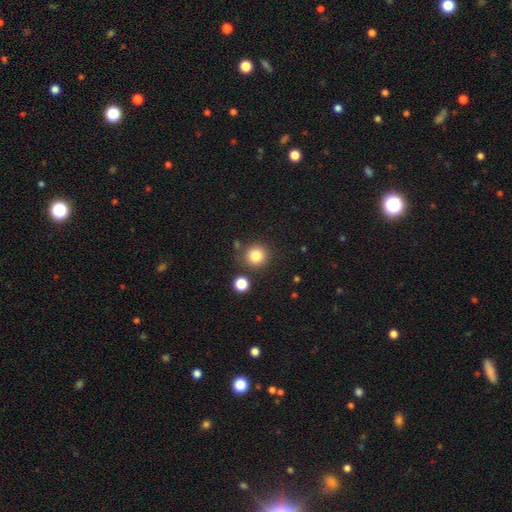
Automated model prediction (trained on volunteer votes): Overall: smooth (83%). How rounded: round (93%). Merging: none (82%).